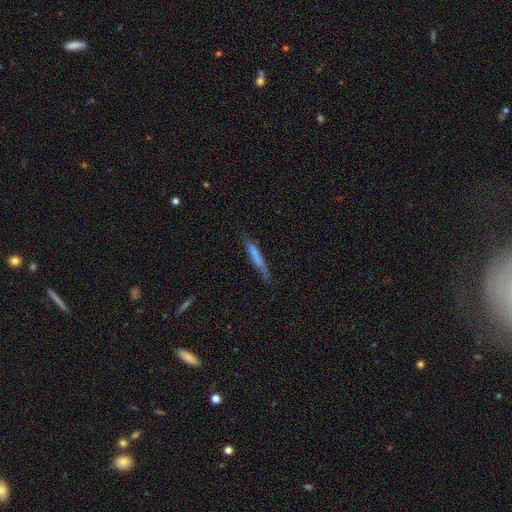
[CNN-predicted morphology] Q: Smooth or featured?
A: smooth (67%); runner-up: featured or disk (27%)
Q: How rounded?
A: cigar-shaped (95%); runner-up: in between (4%)
Q: Merging?
A: none (79%); runner-up: minor disturbance (16%)